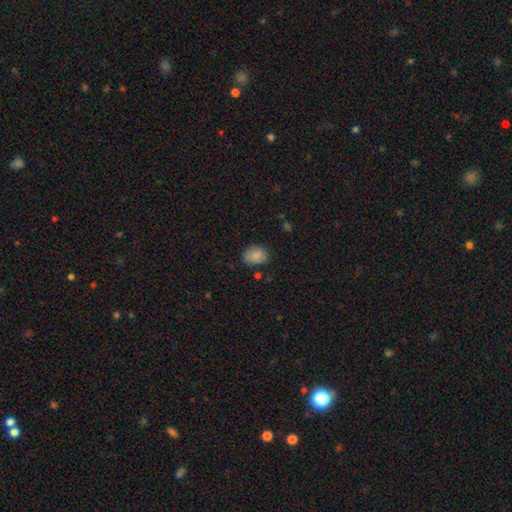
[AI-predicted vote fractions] This is clearly a smooth galaxy (86%). How rounded: likely in between (66%). Merging: likely none (76%).